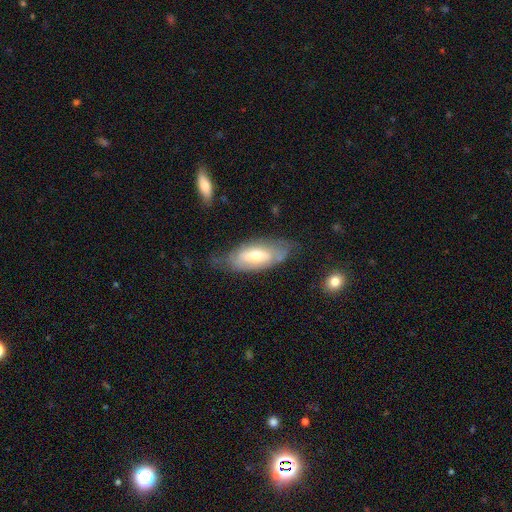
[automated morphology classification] A featured or disk galaxy (50%).

Vote fractions:
- Smooth or featured? featured or disk: 50% / smooth: 44% / star or artifact: 6%
- Merging? none: 55% / minor disturbance: 30% / major disturbance: 12% / merger: 3%